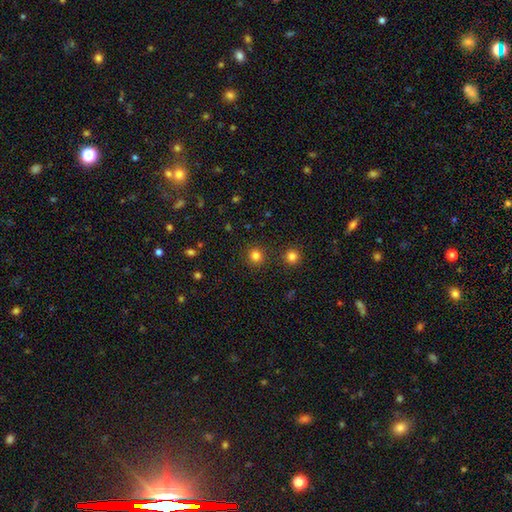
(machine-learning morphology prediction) This appears to be a smooth galaxy with no disk features (82%) that is round (92%). Merging: none (89%).